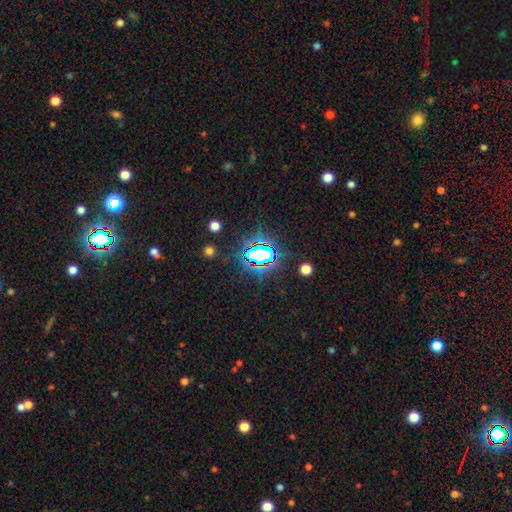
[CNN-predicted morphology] A star or artifact, not a galaxy (68%).